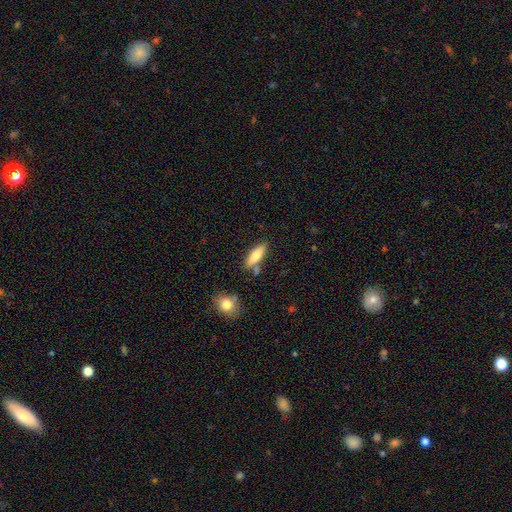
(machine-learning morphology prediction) Q: Smooth or featured?
A: smooth (76%); runner-up: featured or disk (18%)
Q: How rounded?
A: cigar-shaped (52%); runner-up: in between (45%)
Q: Merging?
A: none (73%); runner-up: minor disturbance (14%)